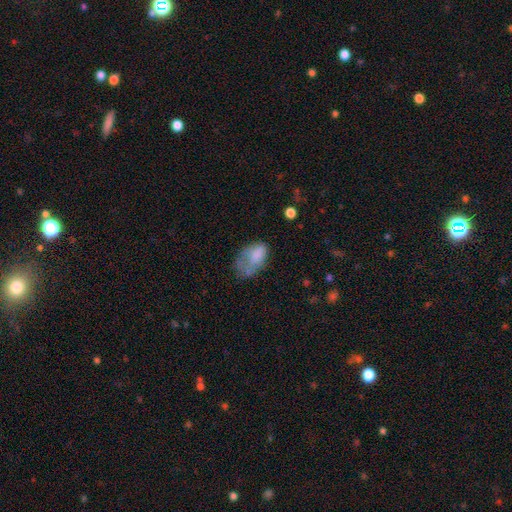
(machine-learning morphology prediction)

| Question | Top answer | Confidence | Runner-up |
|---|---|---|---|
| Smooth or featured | smooth | 71% | featured or disk (19%) |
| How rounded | in between | 90% | round (8%) |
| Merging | major disturbance | 35% | minor disturbance (32%) |